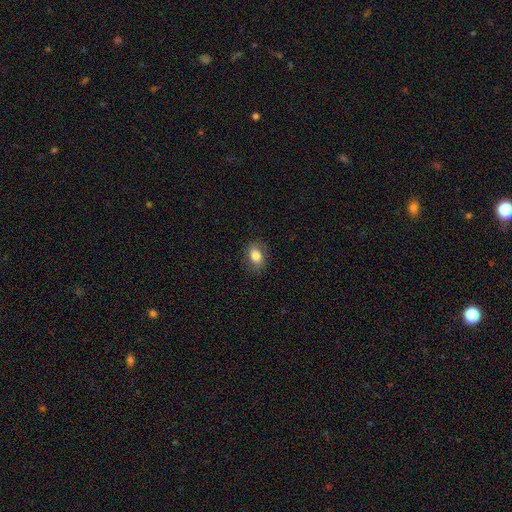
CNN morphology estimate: smooth_or_featured: smooth (p=0.82) [alt: featured or disk p=0.10]
how_rounded: in between (p=0.77) [alt: round p=0.21]
merging: none (p=0.82) [alt: minor disturbance p=0.13]